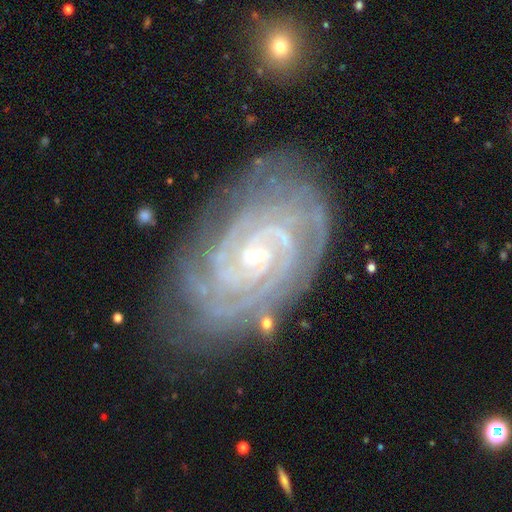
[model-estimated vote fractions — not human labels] smooth_or_featured: featured or disk (p=0.92) [alt: star or artifact p=0.05]
disk_edge_on: no (p=0.97) [alt: yes p=0.03]
bar: no (p=0.62) [alt: weak p=0.27]
has_spiral_arms: yes (p=0.99) [alt: no p=0.01]
spiral_winding: tight (p=0.84) [alt: medium p=0.14]
spiral_arm_count: 2 (p=0.33) [alt: 3 p=0.19]
bulge_size: small (p=0.77) [alt: moderate p=0.19]
merging: none (p=0.76) [alt: minor disturbance p=0.17]